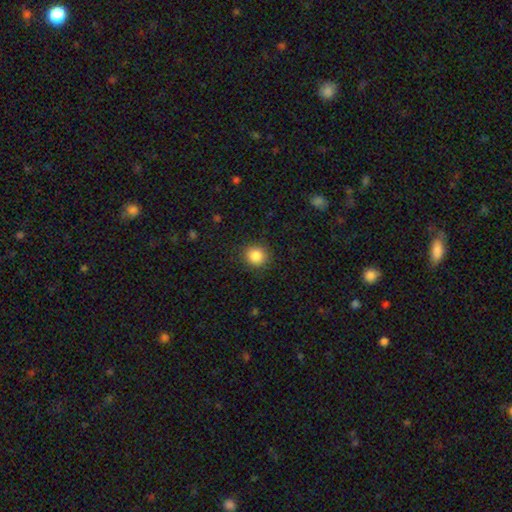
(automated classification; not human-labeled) This appears to be a smooth galaxy with no disk features (86%) that is round (90%). Merging: none (89%).